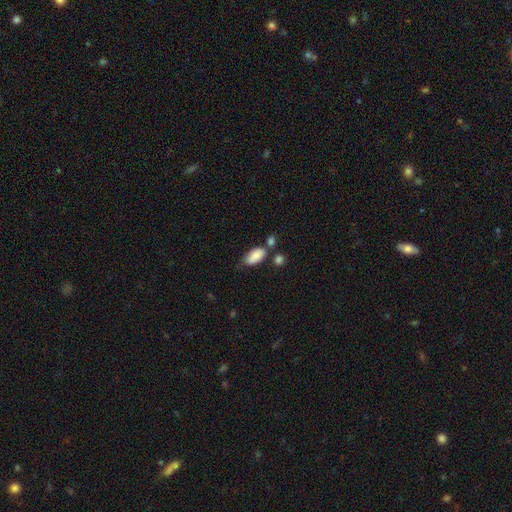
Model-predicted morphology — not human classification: type=smooth (85%); roundness=in between (91%); merging=none (52%).